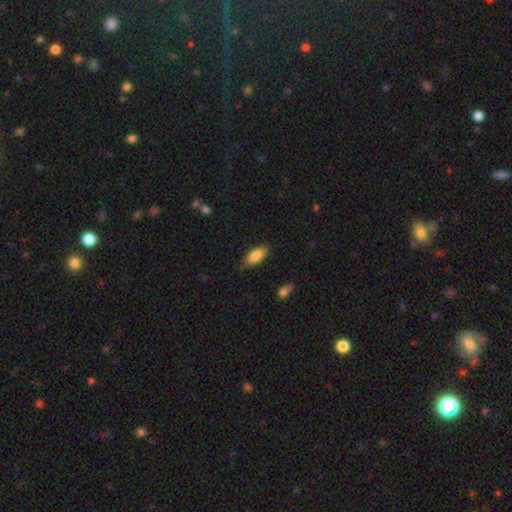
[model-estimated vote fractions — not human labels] smooth 86%, featured or disk 8%, star or artifact 6%. Down the decision tree: how rounded — in between (84%); merging — none (75%).